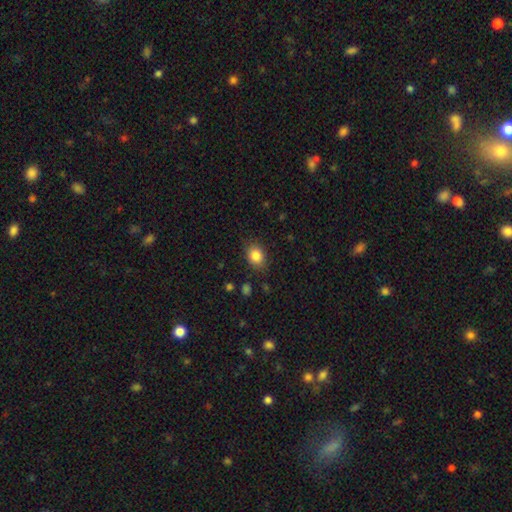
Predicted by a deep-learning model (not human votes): Smooth or featured?
  - smooth: 85% *
  - star or artifact: 9%
  - featured or disk: 6%
How rounded?
  - in between: 54% *
  - round: 45%
  - cigar-shaped: 1%
Merging?
  - none: 82% *
  - minor disturbance: 13%
  - major disturbance: 3%
  - merger: 1%